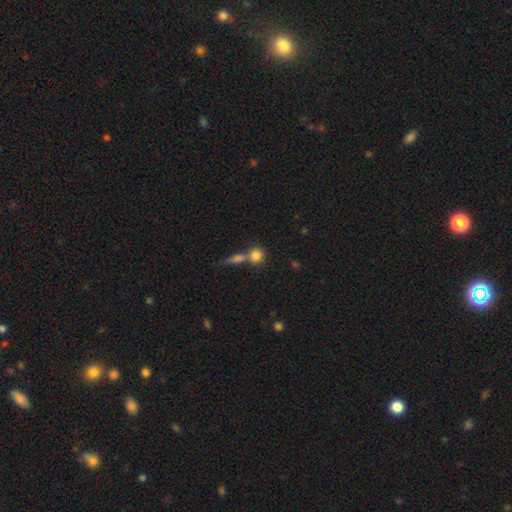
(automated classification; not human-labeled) A smooth galaxy with no disk features (82%) that is round (80%). Merging: none (46%).